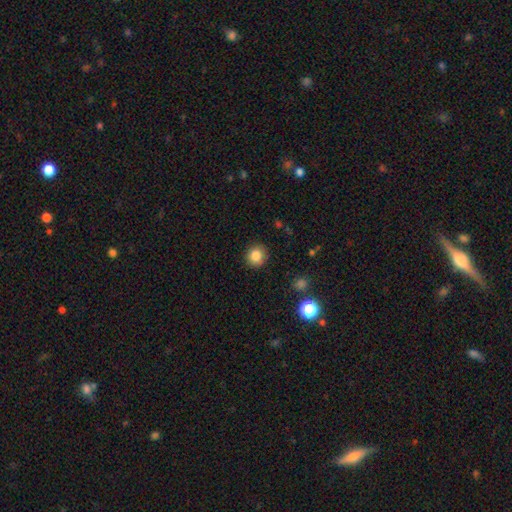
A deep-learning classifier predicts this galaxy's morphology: Smooth or featured? smooth (84%)
How rounded? round (89%)
Merging? none (90%)